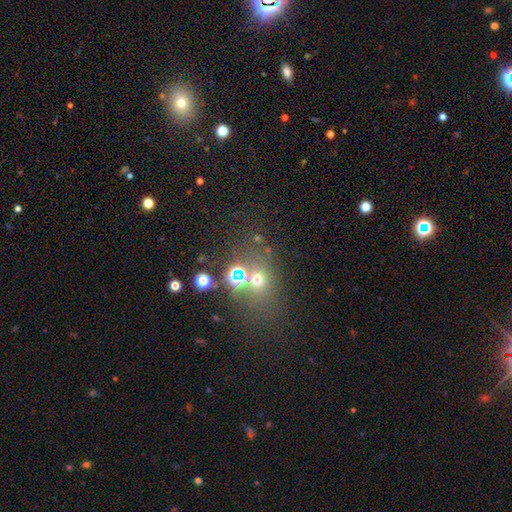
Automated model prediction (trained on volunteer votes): star or artifact 44%, smooth 41%, featured or disk 15%.